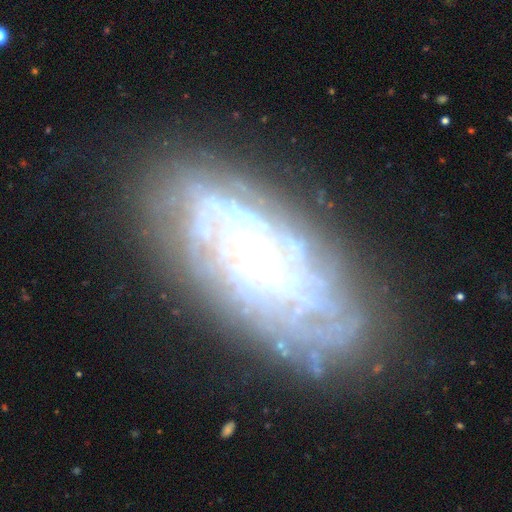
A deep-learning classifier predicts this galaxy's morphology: smooth-or-featured: featured or disk: 83% | smooth: 10% | star or artifact: 7%
  disk-edge-on: no: 88% | yes: 12%
    bar: no: 64% | weak: 25% | strong: 10%
    has-spiral-arms: yes: 85% | no: 15%
      spiral-winding: tight: 73% | medium: 20% | loose: 7%
      spiral-arm-count: can't tell: 54% | 2: 11% | more than 4: 11% | 4: 10% | 3: 9% | 1: 5%
    bulge-size: moderate: 57% | small: 31% | large: 8% | none: 2% | dominant: 2%
  merging: none: 75% | minor disturbance: 16% | major disturbance: 7% | merger: 2%